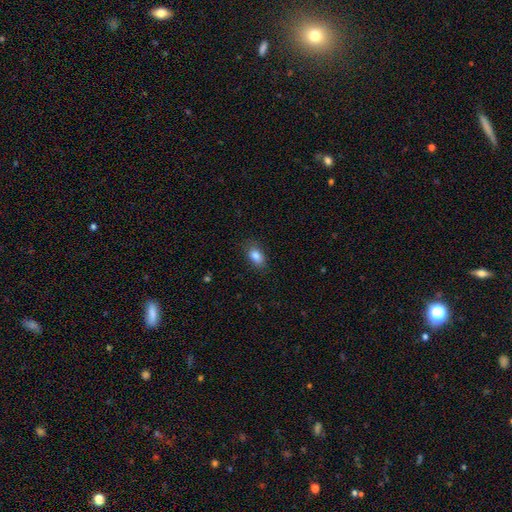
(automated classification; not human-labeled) Smooth or featured?
  - smooth: 85% *
  - star or artifact: 8%
  - featured or disk: 7%
How rounded?
  - in between: 89% *
  - round: 9%
  - cigar-shaped: 3%
Merging?
  - none: 83% *
  - minor disturbance: 12%
  - major disturbance: 3%
  - merger: 1%